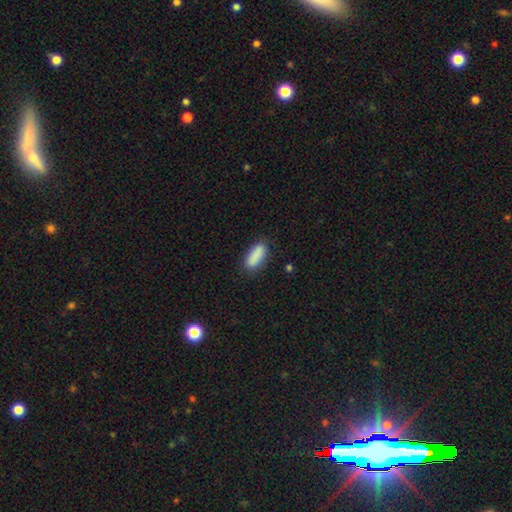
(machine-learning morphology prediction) Smooth or featured: smooth — 89% (star or artifact — 7%)
How rounded: in between — 70% (cigar-shaped — 28%)
Merging: none — 83% (minor disturbance — 13%)